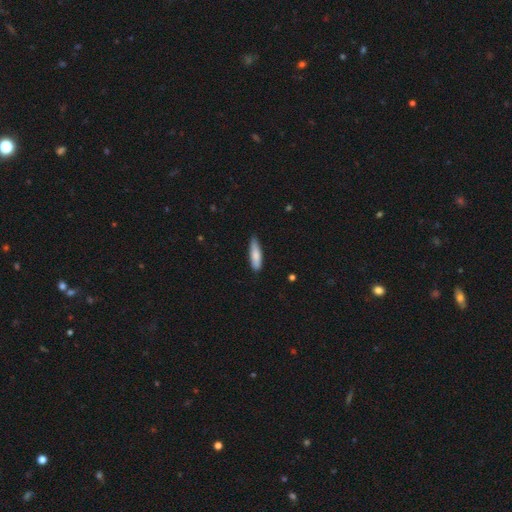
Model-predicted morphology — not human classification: Q: Smooth or featured?
A: smooth (80%); runner-up: featured or disk (15%)
Q: How rounded?
A: cigar-shaped (67%); runner-up: in between (32%)
Q: Merging?
A: none (76%); runner-up: minor disturbance (20%)